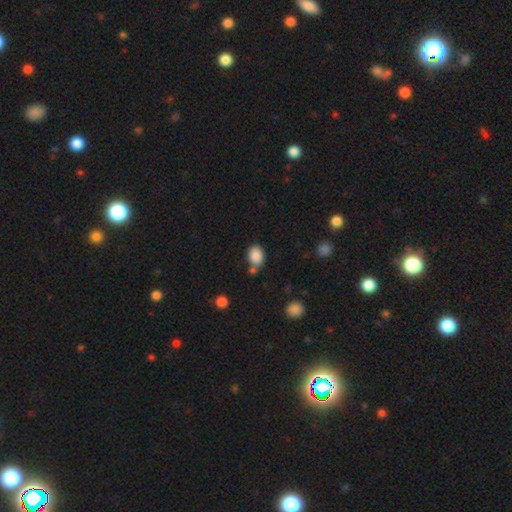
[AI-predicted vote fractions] Morphology: type=smooth (87%); roundness=in between (68%); merging=none (60%).